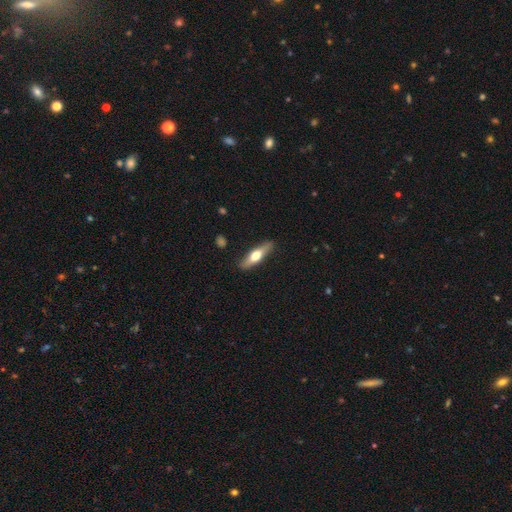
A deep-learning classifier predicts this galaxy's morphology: smooth-or-featured: smooth: 47% (tied) | featured or disk: 47% (tied) | star or artifact: 5%
  merging: none: 87% | minor disturbance: 10% | major disturbance: 2% | merger: 1%